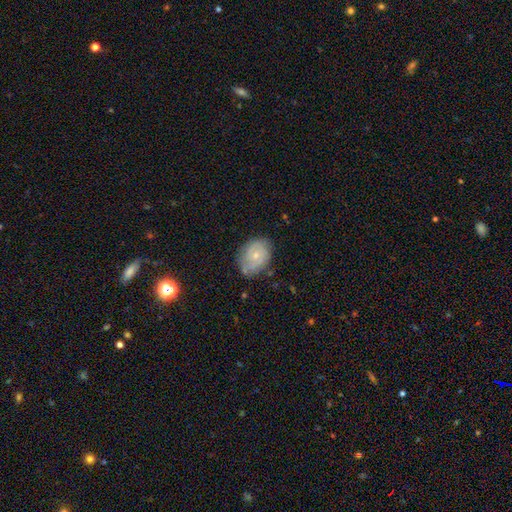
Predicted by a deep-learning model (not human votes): Smooth or featured?
  - featured or disk: 47% *
  - smooth: 45%
  - star or artifact: 8%
Merging?
  - none: 68% *
  - minor disturbance: 23%
  - major disturbance: 6%
  - merger: 3%